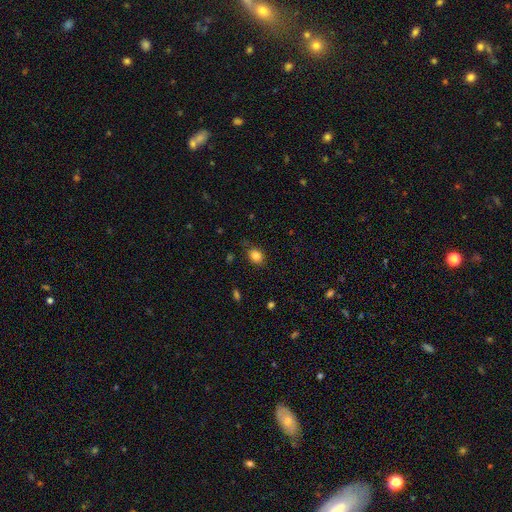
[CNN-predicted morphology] Smooth or featured: smooth — 82% (star or artifact — 11%)
How rounded: in between — 52% (round — 47%)
Merging: none — 79% (minor disturbance — 16%)